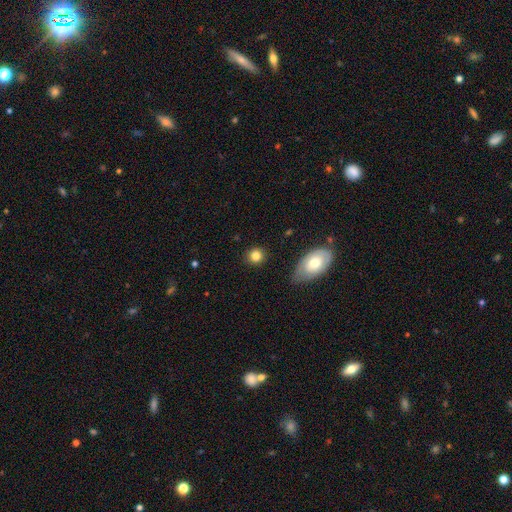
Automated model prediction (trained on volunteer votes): Smooth or featured? Predicted: smooth (p=0.83). How rounded? Predicted: round (p=0.87). Merging? Predicted: none (p=0.86).